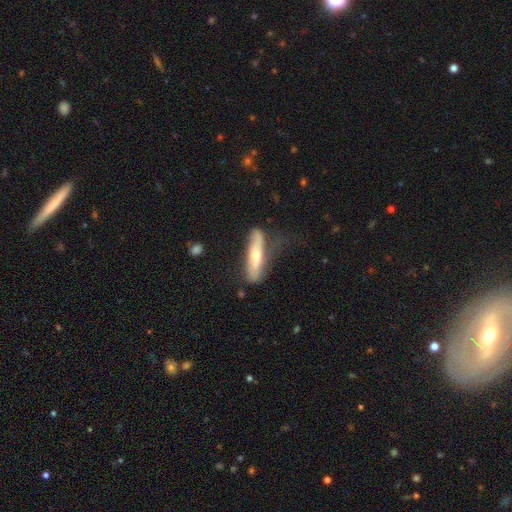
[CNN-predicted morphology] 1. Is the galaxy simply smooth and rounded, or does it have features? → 48% smooth, 45% featured or disk, 6% star or artifact.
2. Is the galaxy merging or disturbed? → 56% none, 27% minor disturbance, 15% major disturbance, 3% merger.